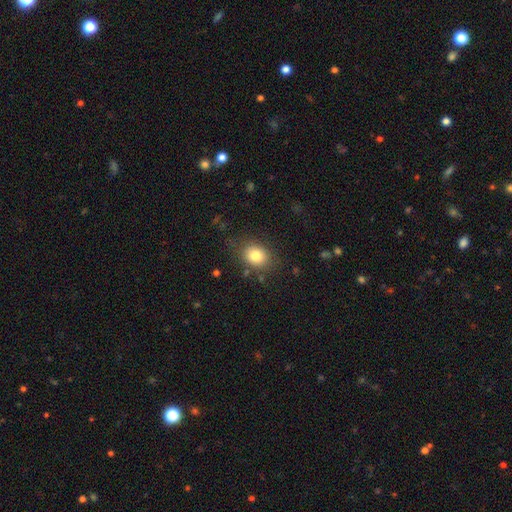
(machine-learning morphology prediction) Smooth or featured? Predicted: smooth (p=0.81). How rounded? Predicted: round (p=0.51). Merging? Predicted: none (p=0.79).